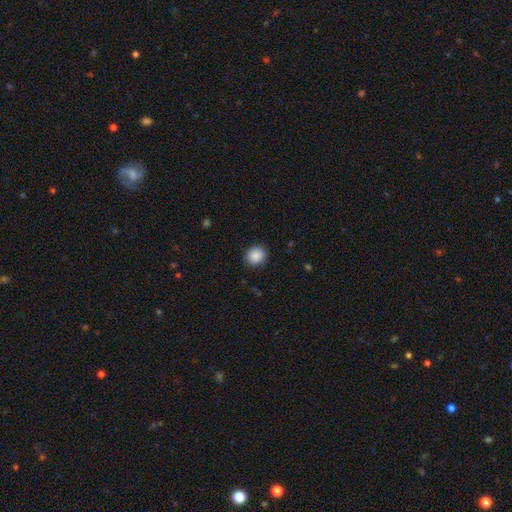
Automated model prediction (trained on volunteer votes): Smooth or featured?
  - smooth: 88% *
  - star or artifact: 8%
  - featured or disk: 3%
How rounded?
  - round: 73% *
  - in between: 26%
  - cigar-shaped: 1%
Merging?
  - none: 88% *
  - minor disturbance: 8%
  - major disturbance: 2%
  - merger: 1%